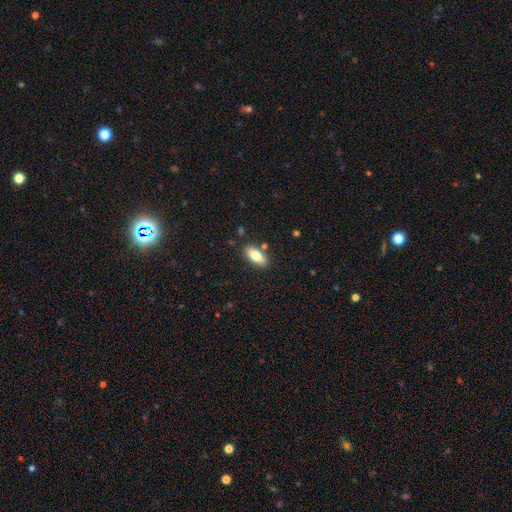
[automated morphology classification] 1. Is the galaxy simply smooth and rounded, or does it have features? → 76% smooth, 17% featured or disk, 7% star or artifact.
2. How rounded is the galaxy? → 82% in between, 16% cigar-shaped, 2% round.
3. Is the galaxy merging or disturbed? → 85% none, 10% minor disturbance, 3% merger, 2% major disturbance.